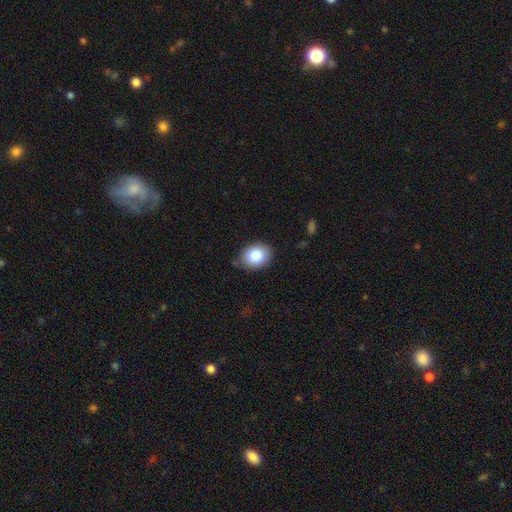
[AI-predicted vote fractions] smooth 85%, star or artifact 8%, featured or disk 7%. Down the decision tree: how rounded — in between (62%); merging — none (80%).